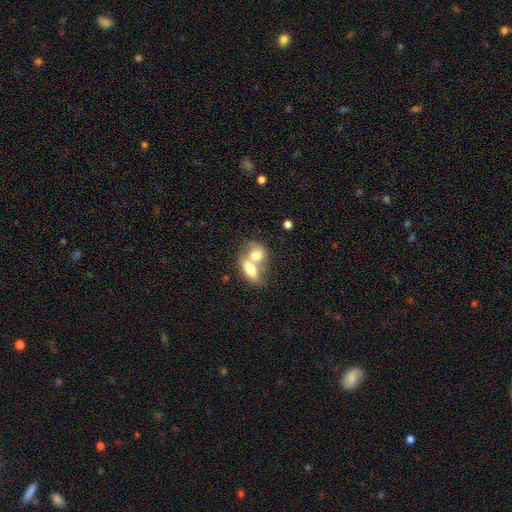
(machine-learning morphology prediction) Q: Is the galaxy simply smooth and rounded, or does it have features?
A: smooth — 66%.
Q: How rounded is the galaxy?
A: in between — 73%.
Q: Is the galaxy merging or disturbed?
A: merger — 79%.